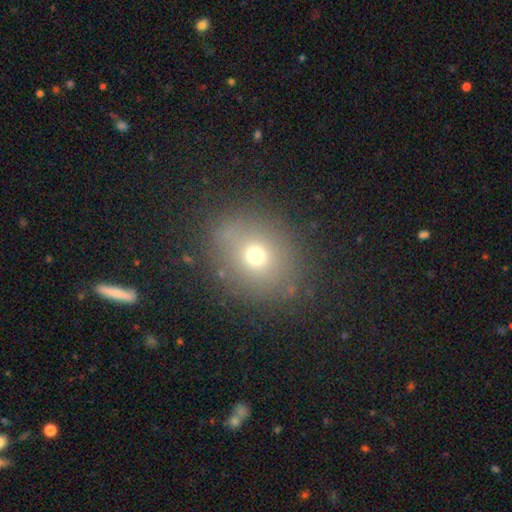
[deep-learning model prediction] Smooth or featured: smooth — 66% (star or artifact — 19%)
How rounded: round — 67% (in between — 32%)
Merging: none — 82% (minor disturbance — 11%)